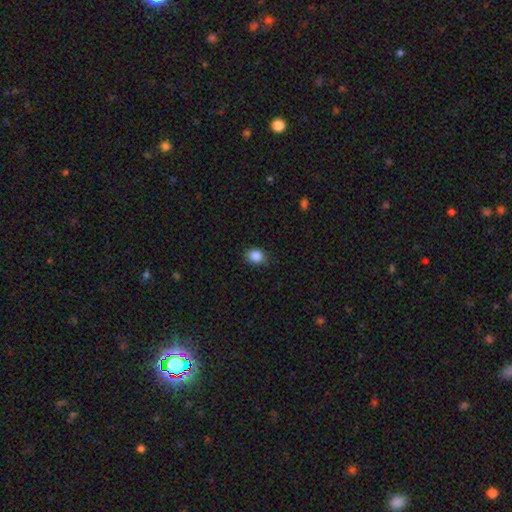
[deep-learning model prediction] Smooth or featured: smooth — 87% (star or artifact — 9%)
How rounded: round — 59% (in between — 40%)
Merging: none — 84% (minor disturbance — 12%)